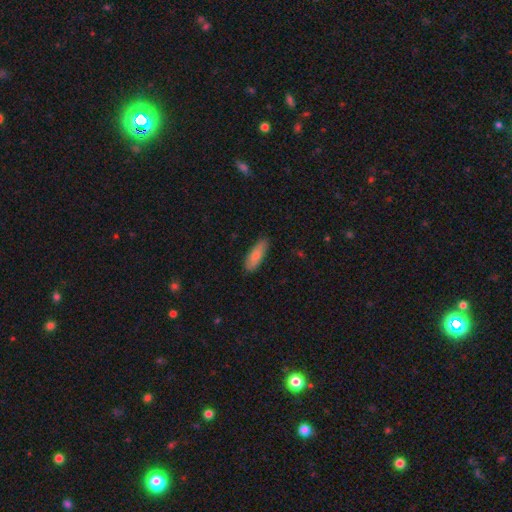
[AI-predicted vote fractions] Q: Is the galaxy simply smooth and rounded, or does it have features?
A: smooth — 78%.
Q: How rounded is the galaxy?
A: in between — 60%.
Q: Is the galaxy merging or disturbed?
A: none — 81%.